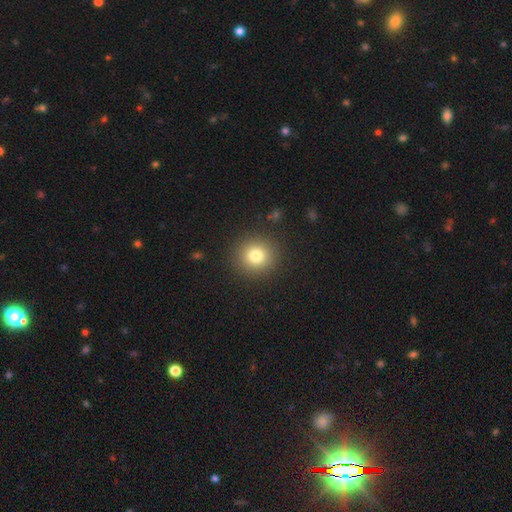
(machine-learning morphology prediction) Smooth or featured? smooth (79%)
How rounded? round (91%)
Merging? none (90%)